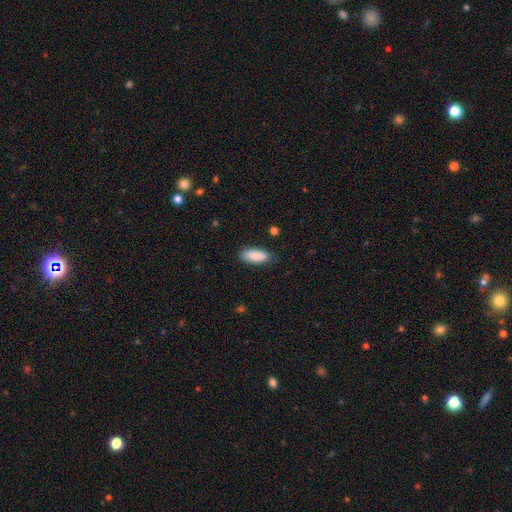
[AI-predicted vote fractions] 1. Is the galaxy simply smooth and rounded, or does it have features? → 88% smooth, 6% star or artifact, 5% featured or disk.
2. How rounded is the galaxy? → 81% in between, 17% cigar-shaped, 2% round.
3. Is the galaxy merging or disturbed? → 83% none, 13% minor disturbance, 3% major disturbance, 1% merger.